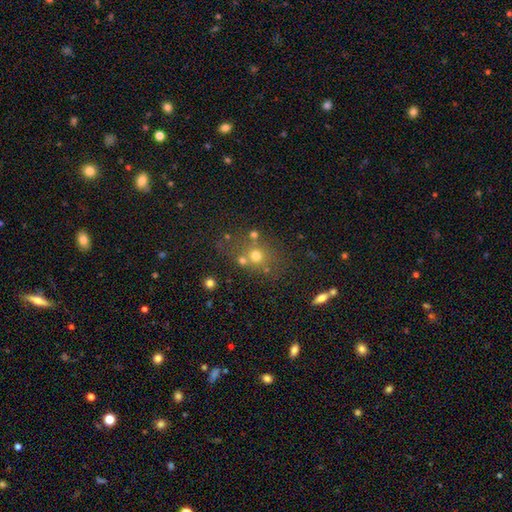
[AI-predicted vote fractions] Smooth or featured? smooth (65%)
How rounded? round (78%)
Merging? none (62%)